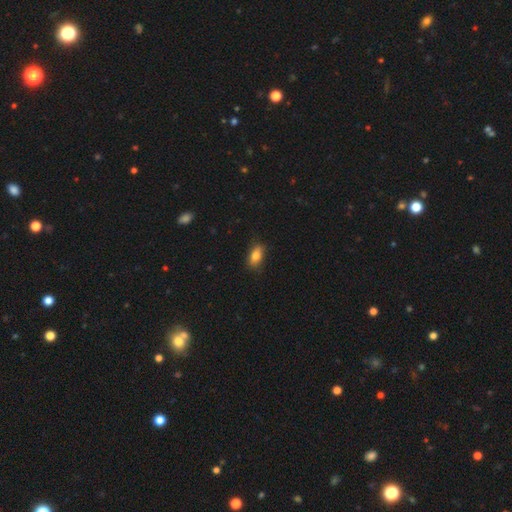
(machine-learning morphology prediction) Smooth or featured: smooth — 82% (featured or disk — 10%)
How rounded: in between — 86% (cigar-shaped — 7%)
Merging: none — 82% (minor disturbance — 14%)